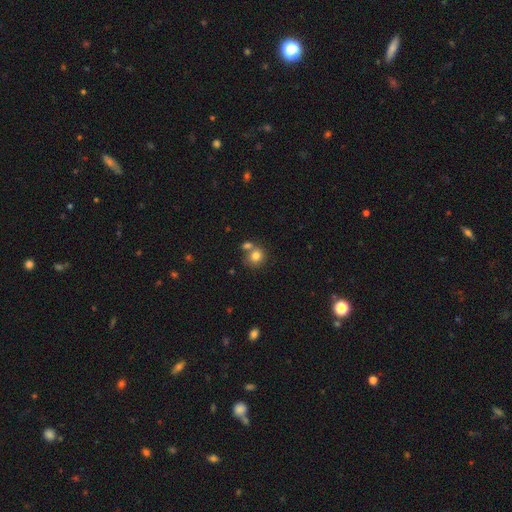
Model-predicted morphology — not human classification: Smooth or featured? smooth (80%)
How rounded? round (82%)
Merging? none (52%)